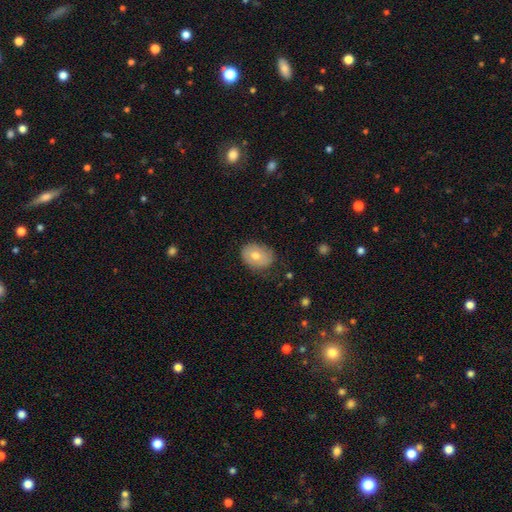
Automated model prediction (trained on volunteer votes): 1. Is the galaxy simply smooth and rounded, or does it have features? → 68% smooth, 23% featured or disk, 9% star or artifact.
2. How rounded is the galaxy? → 67% in between, 32% round, 1% cigar-shaped.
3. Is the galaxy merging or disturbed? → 76% none, 19% minor disturbance, 4% major disturbance, 1% merger.